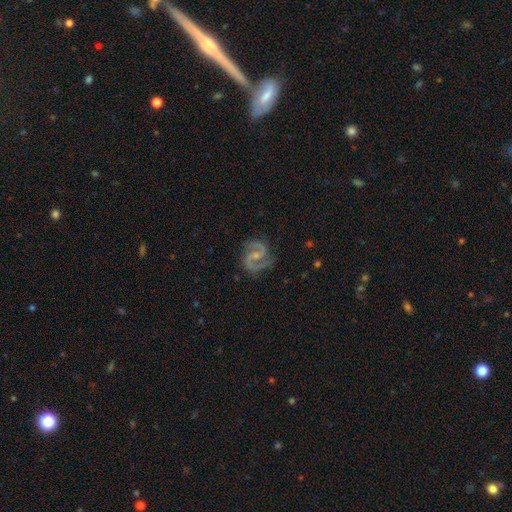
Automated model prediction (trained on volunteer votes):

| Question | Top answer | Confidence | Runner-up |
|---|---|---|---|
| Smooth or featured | featured or disk | 92% | star or artifact (4%) |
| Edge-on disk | no | 98% | yes (2%) |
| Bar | weak | 47% | no (33%) |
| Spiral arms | yes | 98% | no (2%) |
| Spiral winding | medium | 64% | tight (20%) |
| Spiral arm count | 2 | 94% | can't tell (2%) |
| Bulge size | small | 59% | moderate (31%) |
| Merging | none | 81% | minor disturbance (14%) |